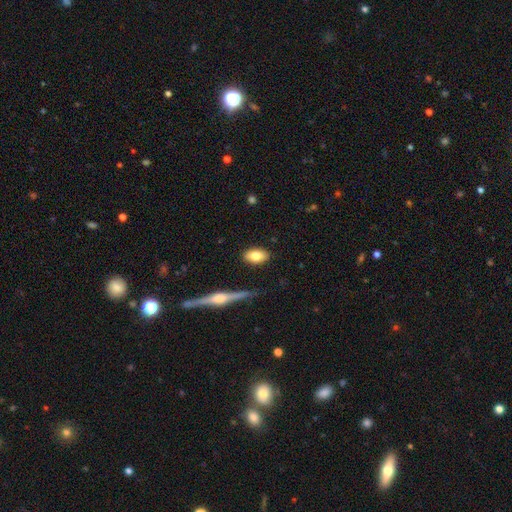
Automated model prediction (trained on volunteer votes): Smooth or featured? smooth (77%)
How rounded? in between (89%)
Merging? none (86%)